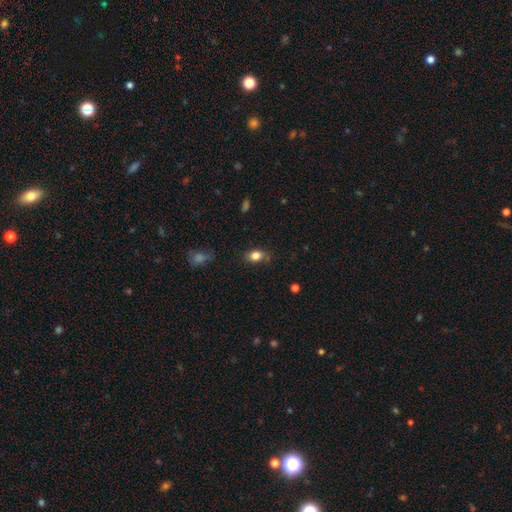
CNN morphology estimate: type=smooth (83%); roundness=in between (74%); merging=none (74%).